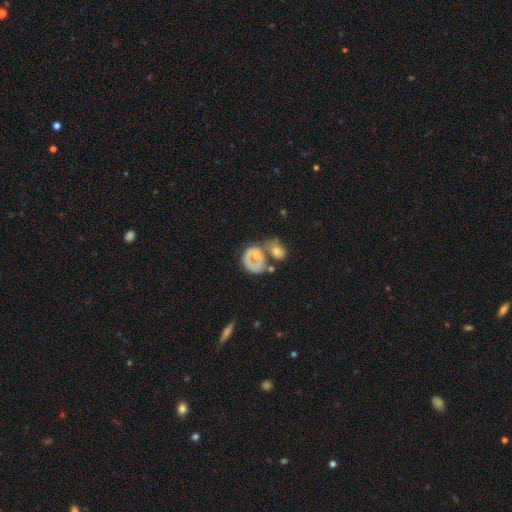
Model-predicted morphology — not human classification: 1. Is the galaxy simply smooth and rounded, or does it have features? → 47% smooth, 43% featured or disk, 10% star or artifact.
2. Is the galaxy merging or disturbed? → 38% none, 33% merger, 16% minor disturbance, 13% major disturbance.